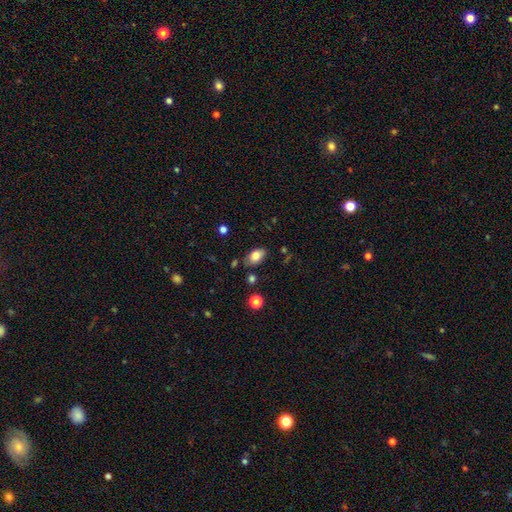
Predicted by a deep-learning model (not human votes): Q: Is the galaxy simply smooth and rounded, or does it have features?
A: smooth — 82%.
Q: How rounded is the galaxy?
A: in between — 90%.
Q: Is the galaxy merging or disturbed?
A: none — 78%.